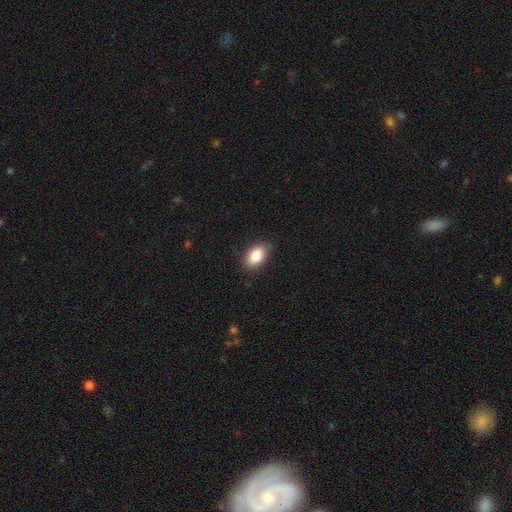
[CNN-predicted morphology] Smooth or featured: smooth — 86% (star or artifact — 7%)
How rounded: in between — 91% (round — 8%)
Merging: none — 82% (minor disturbance — 14%)